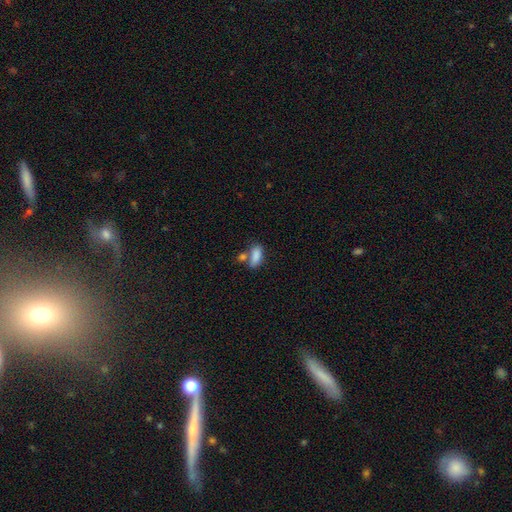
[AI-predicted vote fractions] Smooth or featured?
  - smooth: 83% *
  - star or artifact: 8%
  - featured or disk: 8%
How rounded?
  - in between: 83% *
  - cigar-shaped: 13%
  - round: 4%
Merging?
  - none: 45% *
  - merger: 35%
  - minor disturbance: 14%
  - major disturbance: 6%